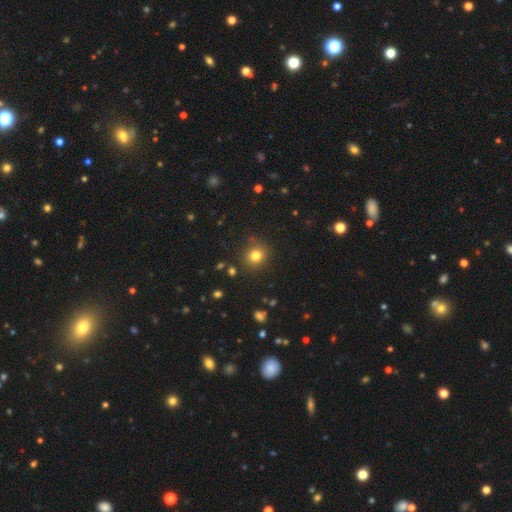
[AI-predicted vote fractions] Smooth or featured? Predicted: smooth (p=0.79). How rounded? Predicted: round (p=0.85). Merging? Predicted: none (p=0.84).